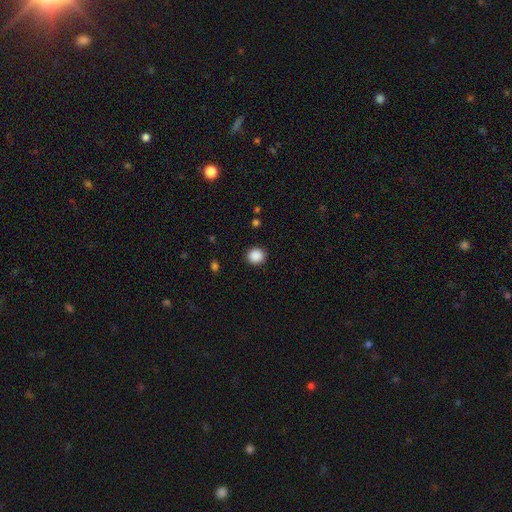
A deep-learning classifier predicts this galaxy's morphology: A smooth galaxy with no disk features (88%) that is round (91%).

Vote fractions:
- Smooth or featured? smooth: 88% / star or artifact: 9% / featured or disk: 2%
- How rounded? round: 91% / in between: 8% / cigar-shaped: 1%
- Merging? none: 91% / minor disturbance: 6% / major disturbance: 2% / merger: 1%